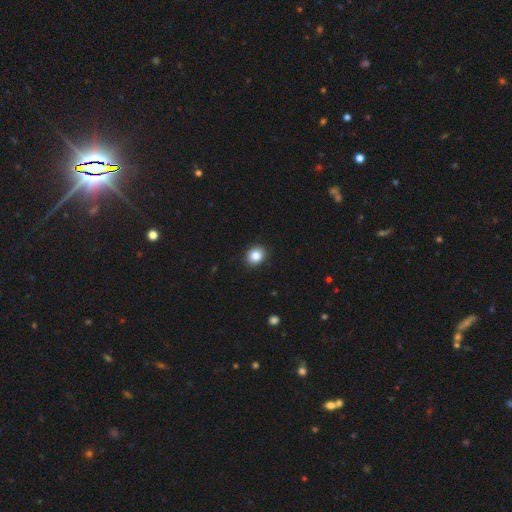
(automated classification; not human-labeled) Overall: smooth (85%). How rounded: round (66%; in between 33%). Merging: none (91%).